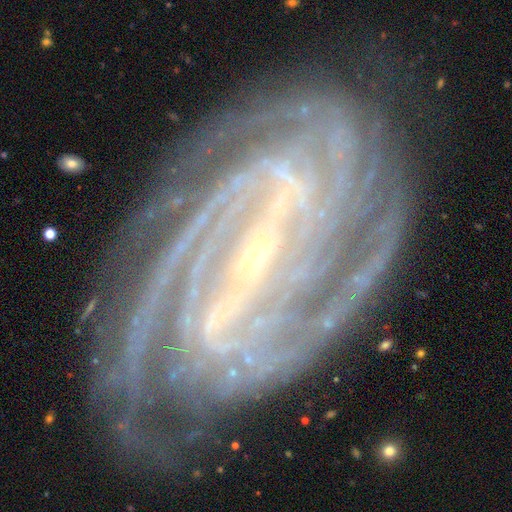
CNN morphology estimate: This is clearly a featured or disk galaxy (91%). It is clearly not viewed edge-on (96%). Bar: likely strong (73%). Spiral arm pattern: clearly yes (99%). Spiral arm count: marginally 4 (28%). Spiral winding: likely tight (76%). Central bulge: clearly small (83%). Merging: clearly none (81%).